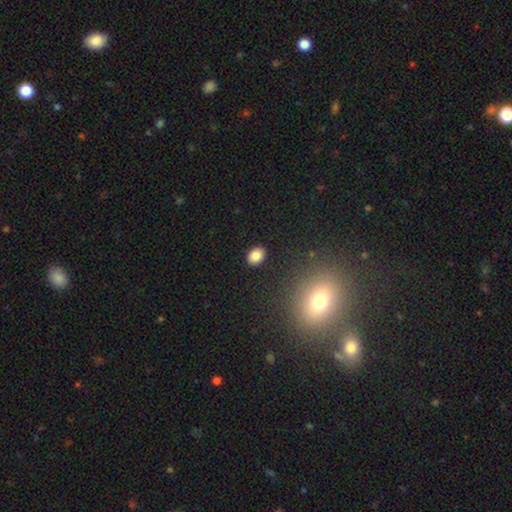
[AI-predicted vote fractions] A smooth galaxy with no disk features (85%) that is in between round and cigar-shaped (67%). Merging: none (89%).